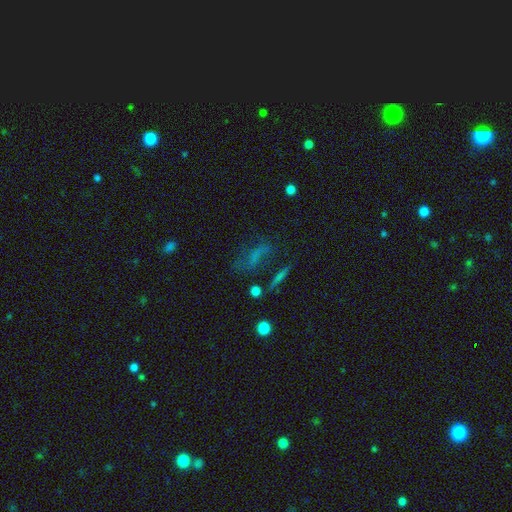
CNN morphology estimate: Q: Smooth or featured?
A: smooth (38%); runner-up: featured or disk (35%)
Q: Merging?
A: none (50%); runner-up: major disturbance (23%)